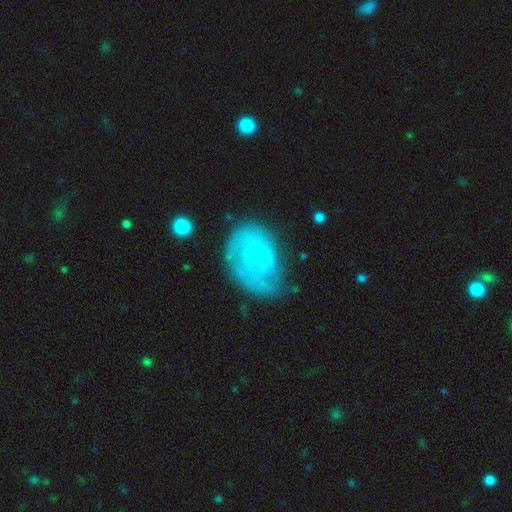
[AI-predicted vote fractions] Smooth or featured?
  - featured or disk: 75% *
  - smooth: 18%
  - star or artifact: 7%
Edge-on disk?
  - no: 98% *
  - yes: 2%
Bar?
  - no: 58% *
  - weak: 36%
  - strong: 6%
Spiral arms?
  - yes: 86% *
  - no: 14%
Spiral winding?
  - tight: 55% *
  - medium: 32%
  - loose: 13%
Spiral arm count?
  - 2: 37% *
  - can't tell: 35%
  - 1: 12%
  - 3: 9%
  - 4: 4%
  - more than 4: 3%
Bulge size?
  - small: 67% *
  - none: 22%
  - moderate: 9%
  - large: 1%
  - dominant: 1%
Merging?
  - none: 52% *
  - minor disturbance: 28%
  - major disturbance: 17%
  - merger: 3%